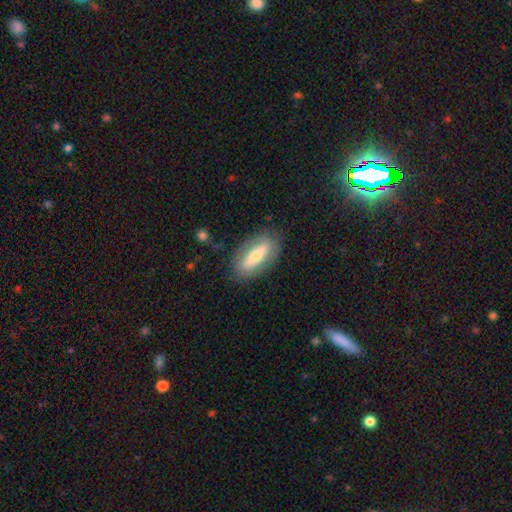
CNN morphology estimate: smooth_or_featured: smooth (p=0.53) [alt: featured or disk p=0.40]
how_rounded: in between (p=0.72) [alt: cigar-shaped p=0.25]
merging: none (p=0.82) [alt: minor disturbance p=0.12]